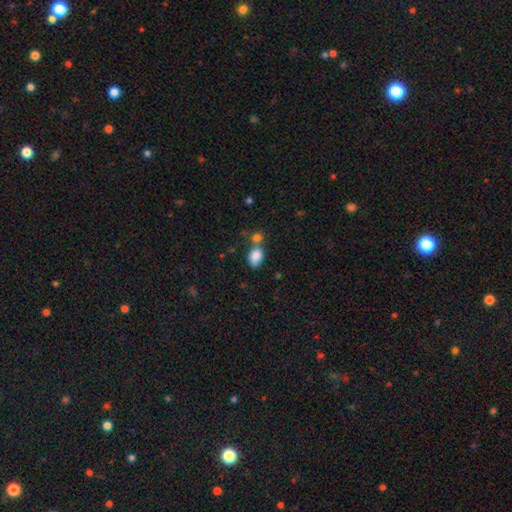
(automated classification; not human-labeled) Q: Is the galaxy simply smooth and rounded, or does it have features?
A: smooth — 85%.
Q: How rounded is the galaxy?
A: in between — 84%.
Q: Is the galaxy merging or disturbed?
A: none — 43%.